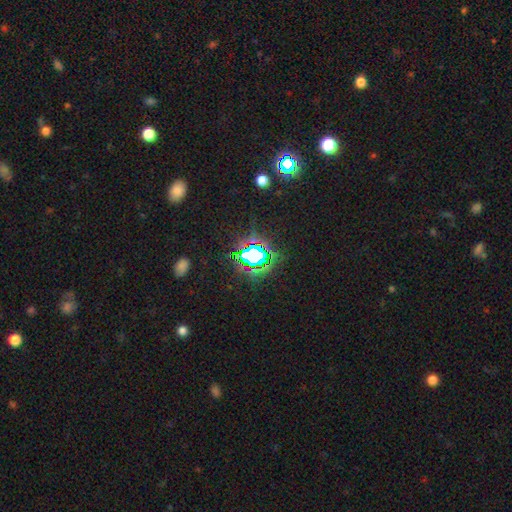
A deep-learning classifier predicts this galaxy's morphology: This is likely a star or artifact rather than a galaxy (76%).